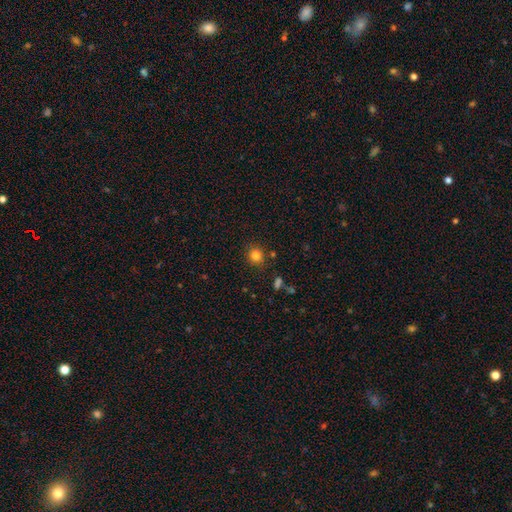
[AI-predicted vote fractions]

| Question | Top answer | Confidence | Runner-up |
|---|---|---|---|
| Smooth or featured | smooth | 82% | star or artifact (13%) |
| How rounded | round | 87% | in between (12%) |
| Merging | none | 85% | minor disturbance (9%) |